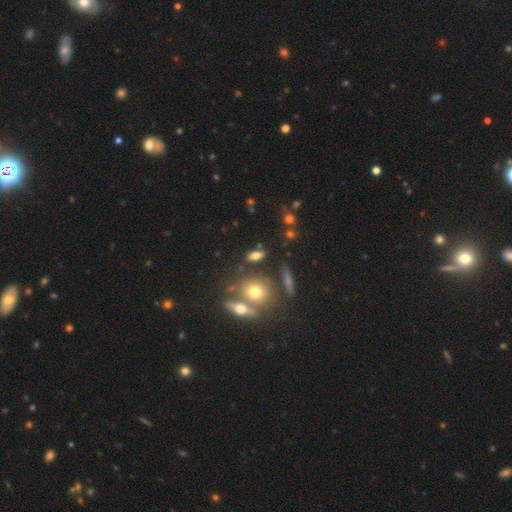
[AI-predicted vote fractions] smooth-or-featured: smooth: 68% | featured or disk: 19% | star or artifact: 13%
  how-rounded: in between: 70% | cigar-shaped: 17% | round: 13%
  merging: none: 73% | merger: 12% | minor disturbance: 11% | major disturbance: 4%